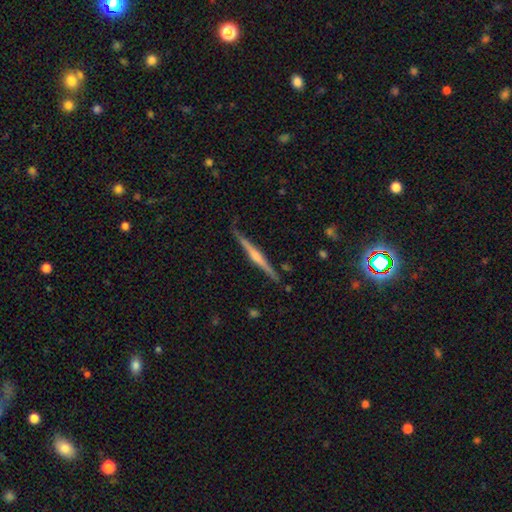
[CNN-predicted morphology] Smooth or featured? Predicted: featured or disk (p=0.76). Edge-on disk? Predicted: yes (p=0.98). Edge-on bulge? Predicted: rounded (p=0.78). Merging? Predicted: none (p=0.89).